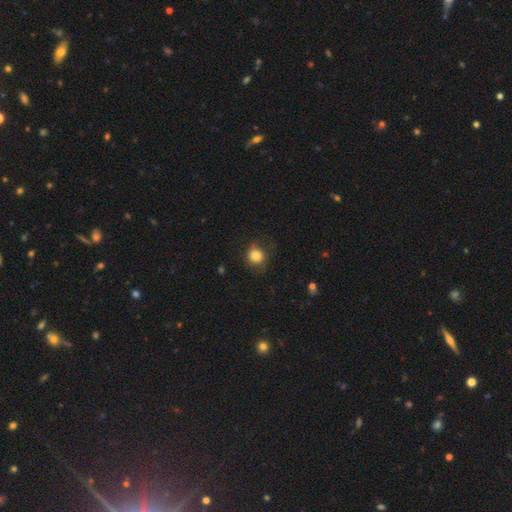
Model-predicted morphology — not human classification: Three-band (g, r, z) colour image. It shows a smooth galaxy with no disk features (85%) that is round (83%). Merging: none (74%).